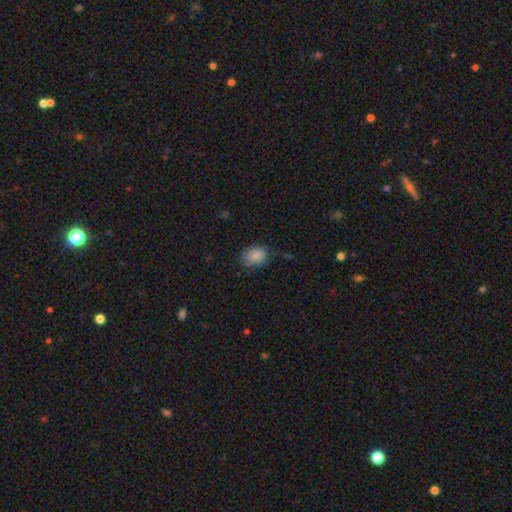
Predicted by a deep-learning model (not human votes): Smooth or featured? smooth (84%)
How rounded? in between (71%)
Merging? none (72%)